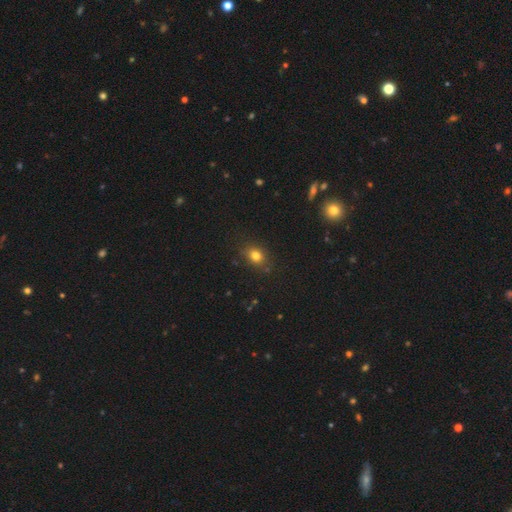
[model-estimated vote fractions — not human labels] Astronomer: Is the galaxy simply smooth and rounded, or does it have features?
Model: smooth — 79%.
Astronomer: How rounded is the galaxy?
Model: in between — 49%, tied with round at 49%.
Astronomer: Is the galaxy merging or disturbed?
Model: none — 81%.